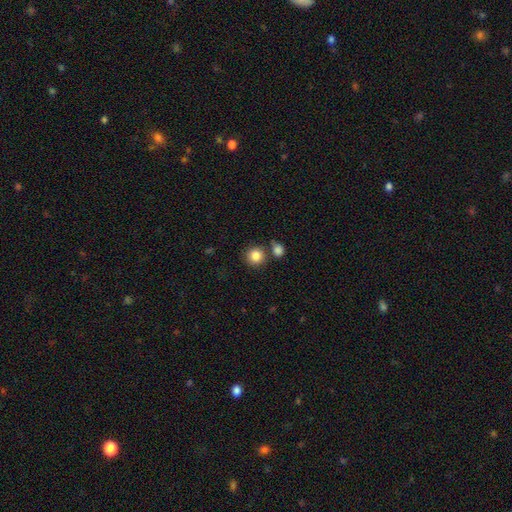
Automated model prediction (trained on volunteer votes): A smooth galaxy with no disk features (86%) that is round (91%). Merging: none (71%).